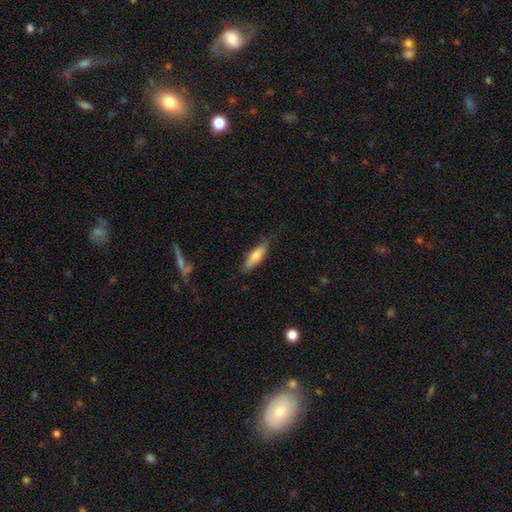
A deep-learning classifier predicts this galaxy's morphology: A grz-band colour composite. It shows a smooth galaxy with no disk features (71%) that is cigar-shaped (51%). Merging: none (76%).